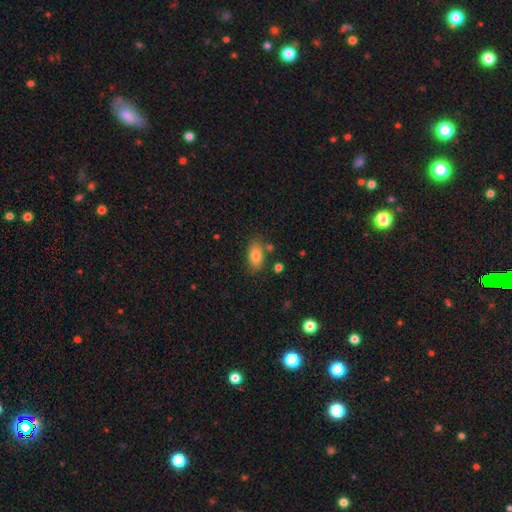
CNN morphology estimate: smooth_or_featured: smooth (p=0.81) [alt: featured or disk p=0.10]
how_rounded: in between (p=0.89) [alt: round p=0.06]
merging: none (p=0.77) [alt: minor disturbance p=0.13]